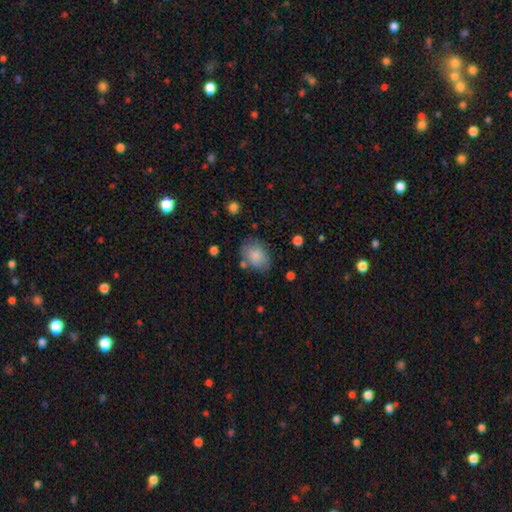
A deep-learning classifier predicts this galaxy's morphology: A smooth galaxy with no disk features (82%) that is in between round and cigar-shaped (74%).

Vote fractions:
- Smooth or featured? smooth: 82% / featured or disk: 10% / star or artifact: 7%
- How rounded? in between: 74% / round: 25% / cigar-shaped: 1%
- Merging? none: 68% / minor disturbance: 20% / major disturbance: 7% / merger: 5%